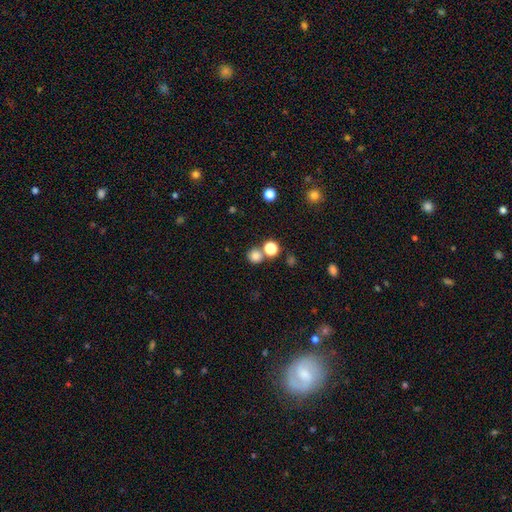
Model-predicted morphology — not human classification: smooth-or-featured: smooth: 79% | star or artifact: 15% | featured or disk: 6%
  how-rounded: round: 90% | in between: 9% | cigar-shaped: 1%
  merging: none: 68% | merger: 21% | minor disturbance: 8% | major disturbance: 3%